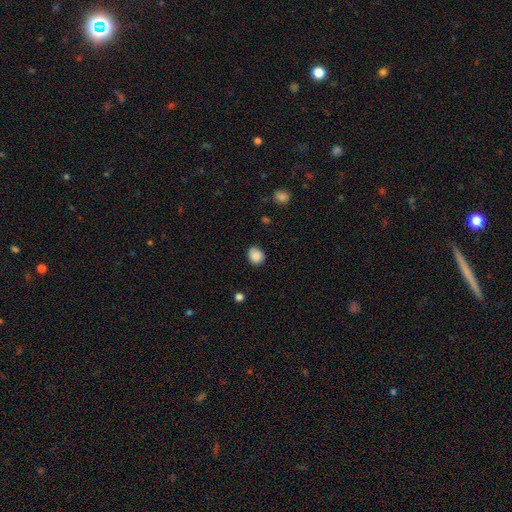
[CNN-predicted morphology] Smooth or featured? smooth (87%)
How rounded? round (70%)
Merging? none (80%)